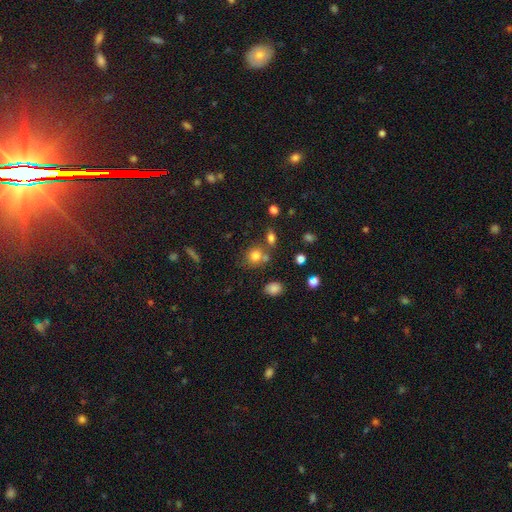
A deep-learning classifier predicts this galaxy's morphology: Overall: smooth (77%). How rounded: round (74%). Merging: none (59%; merger 23%).